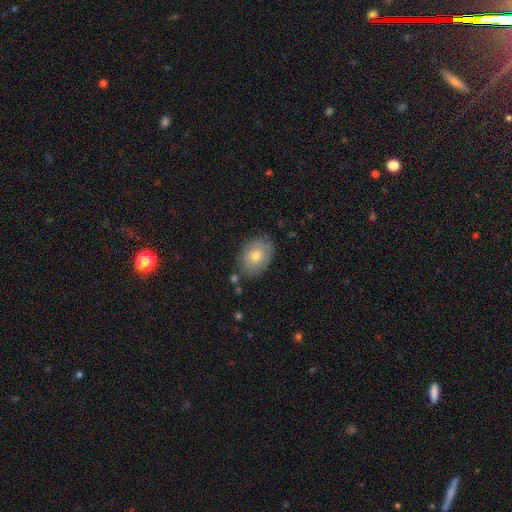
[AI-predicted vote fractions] Smooth or featured: smooth — 65% (featured or disk — 27%)
How rounded: in between — 76% (round — 23%)
Merging: none — 78% (minor disturbance — 16%)